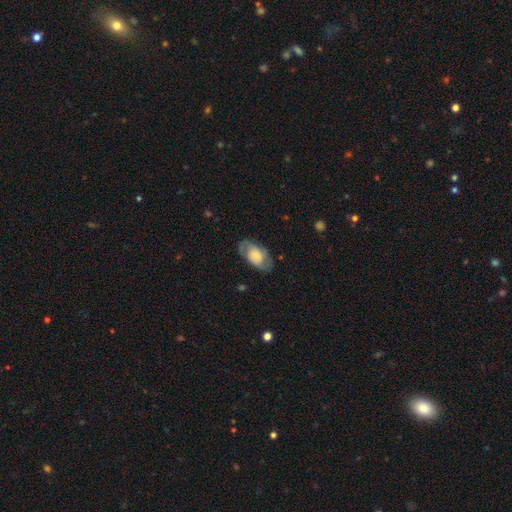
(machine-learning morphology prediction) The model was most divided on "smooth or featured": featured or disk: 49%, smooth: 44%, star or artifact: 7%. More confident: merging — none (72%).